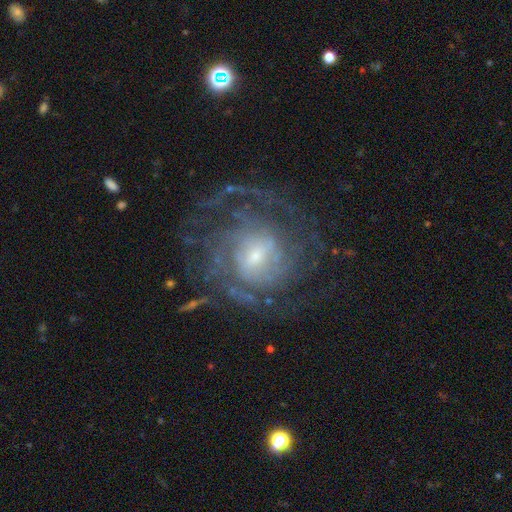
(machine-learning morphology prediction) type=featured or disk (87%); edge-on=no (98%); bar=weak (49%); spiral arms=yes (96%); winding=tight (57%); arm count=can't tell (33%); bulge=small (60%); merging=none (69%).